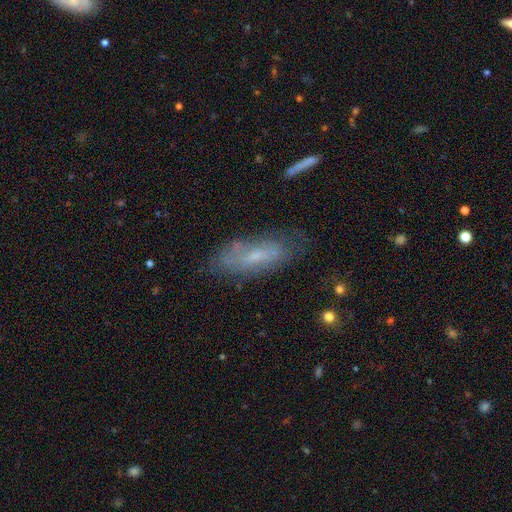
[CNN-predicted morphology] Smooth or featured: smooth — 46% (featured or disk — 45%)
Merging: none — 68% (minor disturbance — 22%)